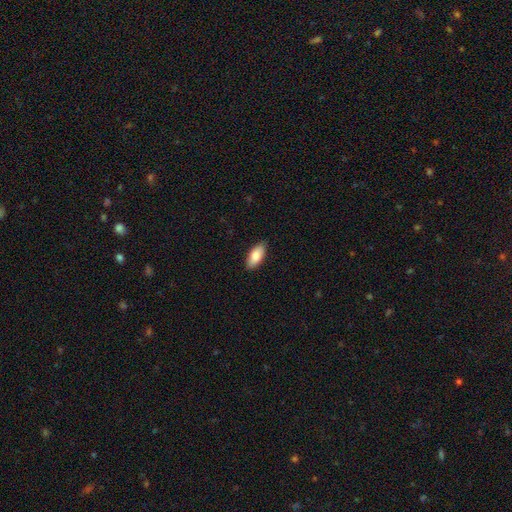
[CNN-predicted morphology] The model was most divided on "smooth or featured": smooth: 85%, featured or disk: 9%, star or artifact: 6%. More confident: how rounded — in between (89%); merging — none (87%).